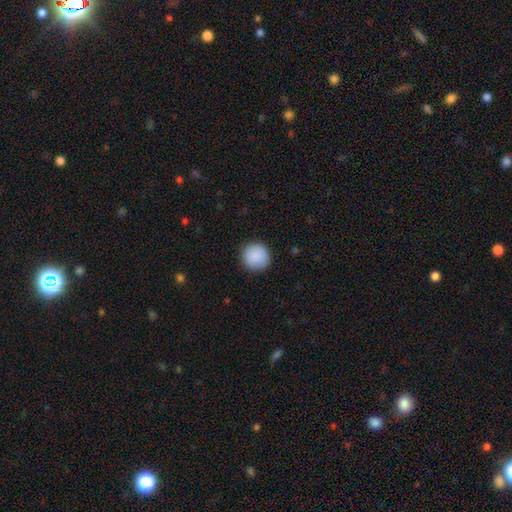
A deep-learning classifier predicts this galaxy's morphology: smooth-or-featured: smooth: 90% | star or artifact: 7% | featured or disk: 3%
  how-rounded: round: 96% | in between: 4% | cigar-shaped: 1%
  merging: none: 91% | minor disturbance: 6% | major disturbance: 2% | merger: 1%